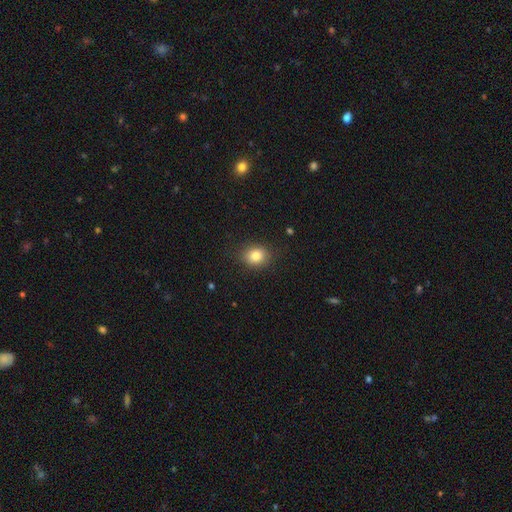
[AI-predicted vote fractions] This appears to be a smooth galaxy with no disk features (82%) that is round (56%). Merging: none (85%).